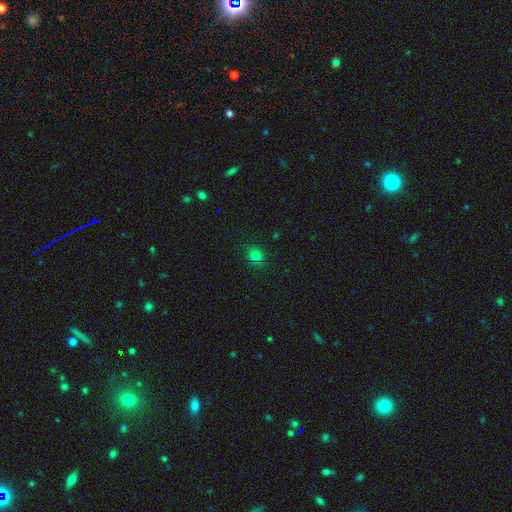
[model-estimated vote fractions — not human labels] The model was most divided on "how rounded": round: 72%, in between: 27%, cigar-shaped: 1%. More confident: merging — none (85%); smooth or featured — smooth (76%).